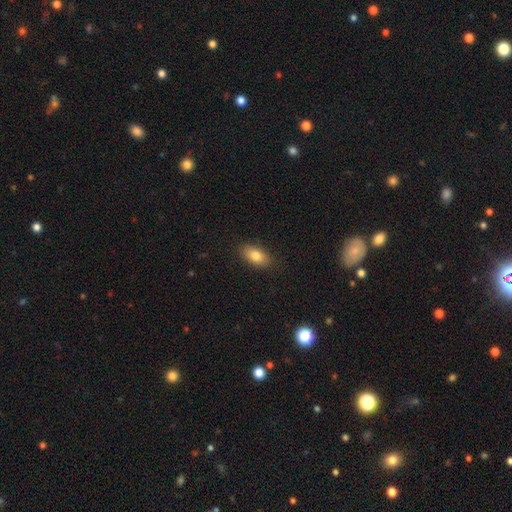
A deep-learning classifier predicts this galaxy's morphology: smooth-or-featured: smooth: 81% | featured or disk: 11% | star or artifact: 7%
  how-rounded: in between: 90% | round: 5% | cigar-shaped: 5%
  merging: none: 86% | minor disturbance: 11% | major disturbance: 2% | merger: 1%